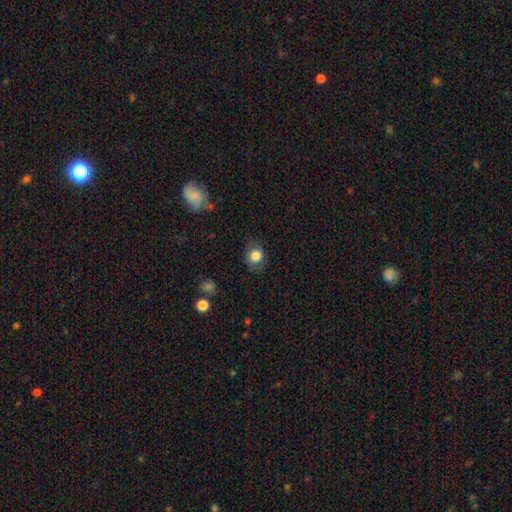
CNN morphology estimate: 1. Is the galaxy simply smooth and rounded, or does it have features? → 79% smooth, 12% featured or disk, 9% star or artifact.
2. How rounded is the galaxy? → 64% round, 35% in between, 1% cigar-shaped.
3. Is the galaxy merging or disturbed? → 75% none, 17% minor disturbance, 6% major disturbance, 1% merger.